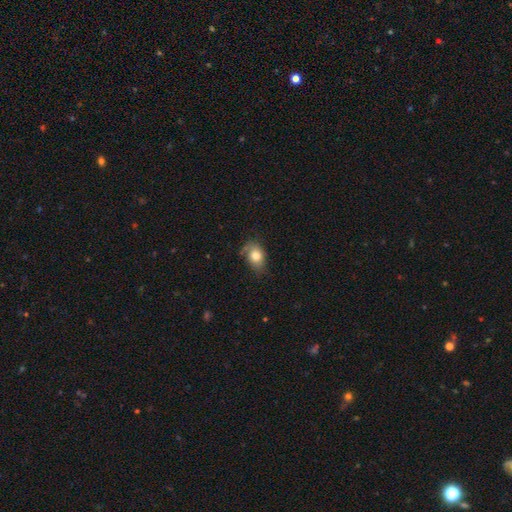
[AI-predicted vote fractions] Smooth or featured? Predicted: smooth (p=0.78). How rounded? Predicted: in between (p=0.76). Merging? Predicted: none (p=0.58).